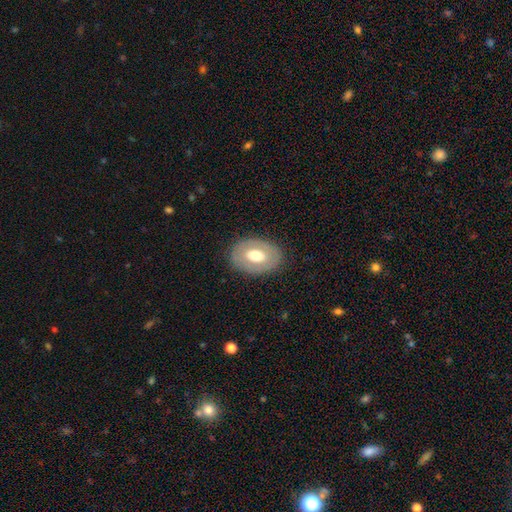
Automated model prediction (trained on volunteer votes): smooth_or_featured: smooth (p=0.57) [alt: featured or disk p=0.37]
how_rounded: in between (p=0.81) [alt: round p=0.18]
merging: none (p=0.84) [alt: minor disturbance p=0.11]